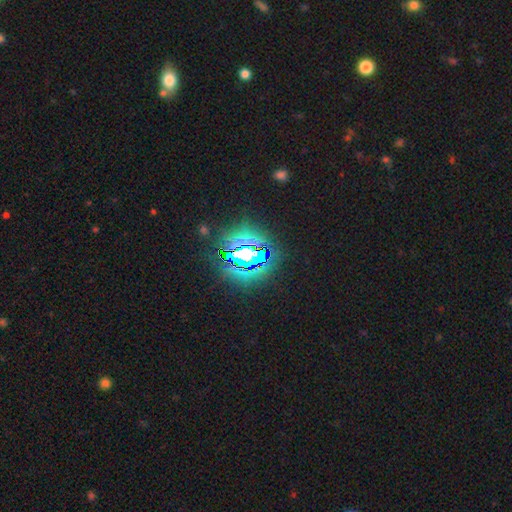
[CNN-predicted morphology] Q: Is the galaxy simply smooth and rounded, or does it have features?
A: star or artifact — 75%.